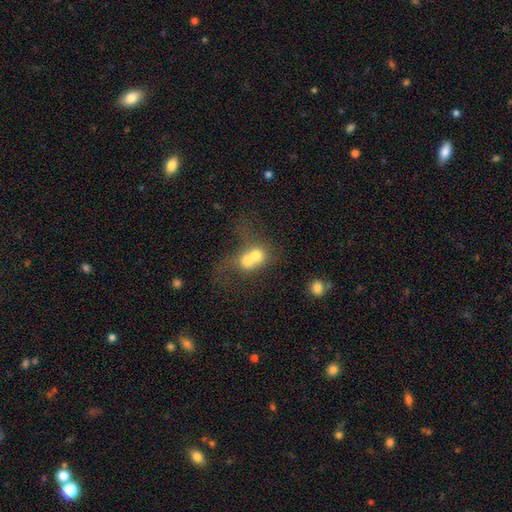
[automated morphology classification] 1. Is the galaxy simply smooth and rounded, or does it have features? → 63% smooth, 26% featured or disk, 11% star or artifact.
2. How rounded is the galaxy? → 68% round, 31% in between, 1% cigar-shaped.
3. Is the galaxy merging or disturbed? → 74% merger, 15% none, 6% major disturbance, 5% minor disturbance.